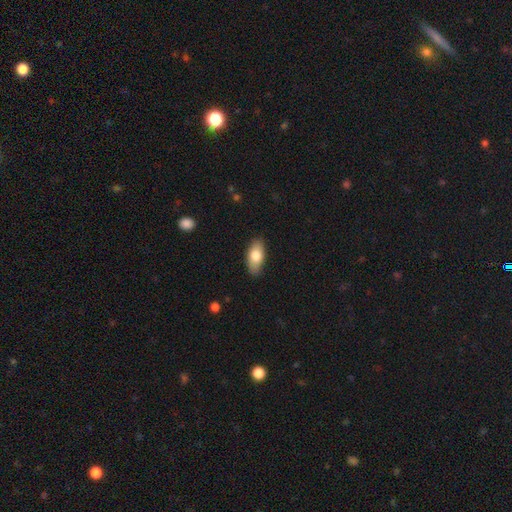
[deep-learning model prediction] smooth-or-featured: smooth: 78% | featured or disk: 16% | star or artifact: 6%
  how-rounded: in between: 89% | cigar-shaped: 8% | round: 3%
  merging: none: 84% | minor disturbance: 13% | major disturbance: 2% | merger: 1%